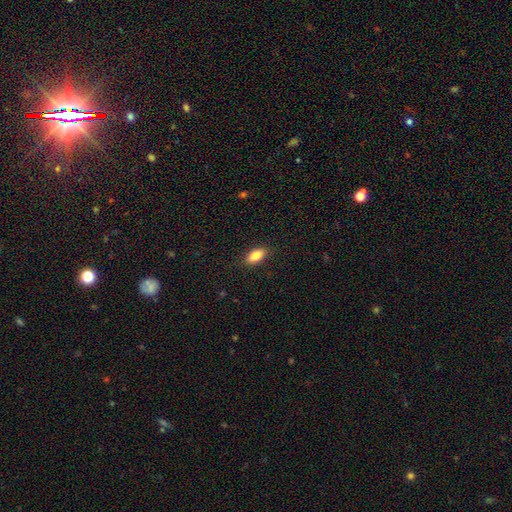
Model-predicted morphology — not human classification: smooth-or-featured: smooth: 84% | featured or disk: 8% | star or artifact: 7%
  how-rounded: in between: 89% | cigar-shaped: 6% | round: 4%
  merging: none: 87% | minor disturbance: 9% | major disturbance: 2% | merger: 1%